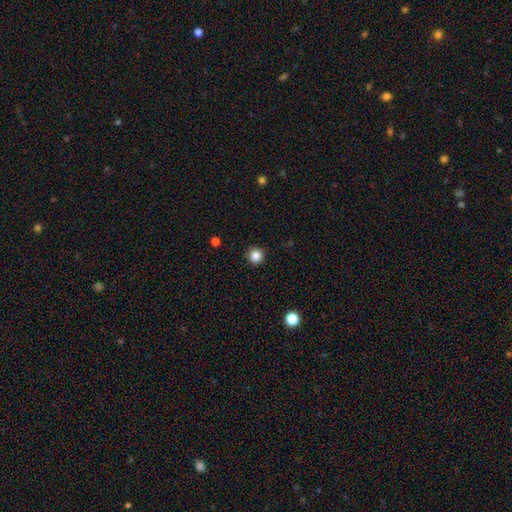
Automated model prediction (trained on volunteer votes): A smooth galaxy with no disk features (85%) that is round (95%).

Vote fractions:
- Smooth or featured? smooth: 85% / star or artifact: 11% / featured or disk: 4%
- How rounded? round: 95% / in between: 4% / cigar-shaped: 1%
- Merging? none: 92% / minor disturbance: 5% / major disturbance: 2% / merger: 1%